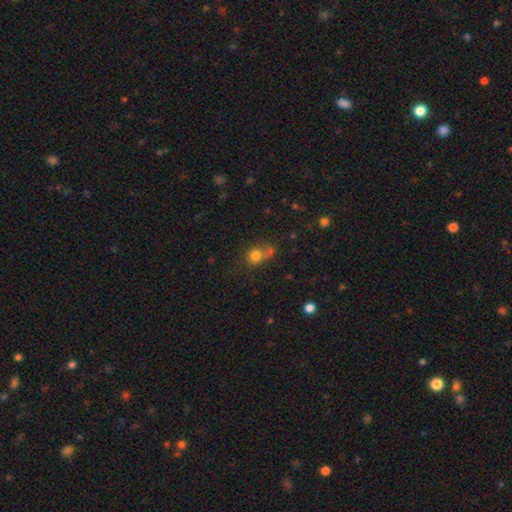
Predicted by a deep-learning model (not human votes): The model was most divided on "merging": none: 47%, merger: 32%, minor disturbance: 13%, major disturbance: 8%. More confident: how rounded — round (81%); smooth or featured — smooth (77%).